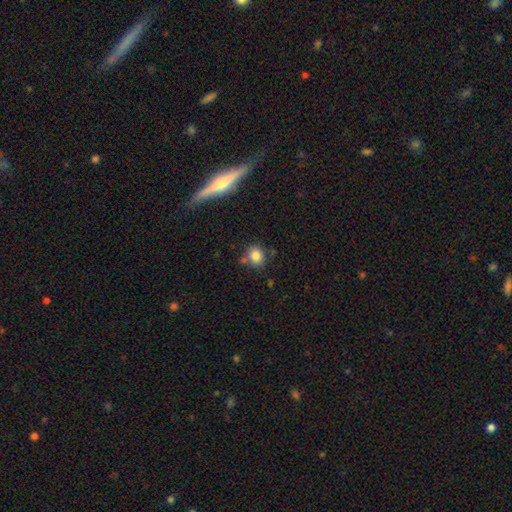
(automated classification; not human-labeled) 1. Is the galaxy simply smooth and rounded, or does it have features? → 82% smooth, 11% star or artifact, 7% featured or disk.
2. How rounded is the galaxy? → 75% round, 24% in between, 1% cigar-shaped.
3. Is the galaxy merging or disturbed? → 72% none, 13% minor disturbance, 11% merger, 4% major disturbance.